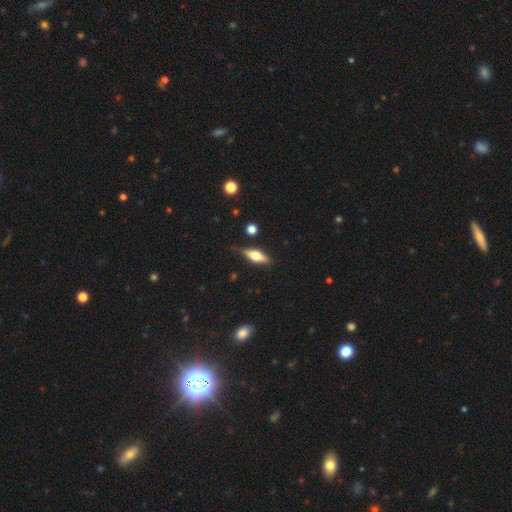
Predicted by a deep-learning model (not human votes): Smooth or featured: featured or disk — 47% (smooth — 46%)
Merging: none — 81% (minor disturbance — 14%)